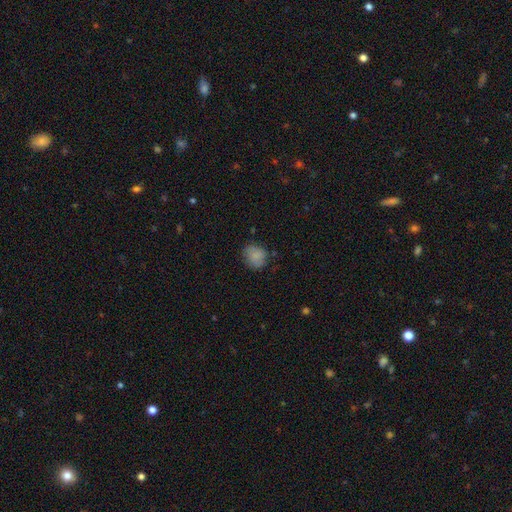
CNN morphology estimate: smooth-or-featured: smooth: 82% | star or artifact: 9% | featured or disk: 9%
  how-rounded: round: 67% | in between: 32% | cigar-shaped: 1%
  merging: none: 71% | minor disturbance: 22% | major disturbance: 5% | merger: 2%